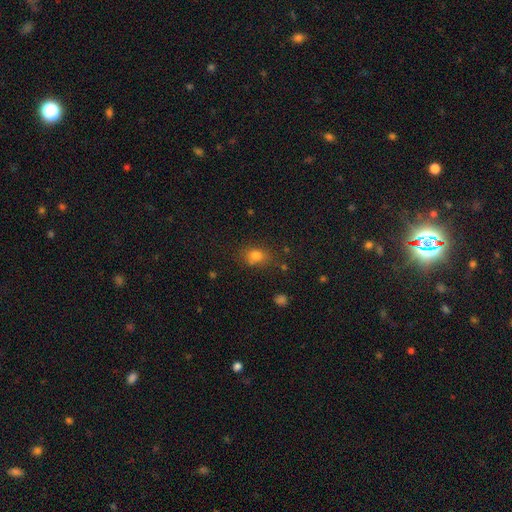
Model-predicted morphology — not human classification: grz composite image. It shows a smooth galaxy with no disk features (77%) that is in between round and cigar-shaped (54%). Merging: none (66%).